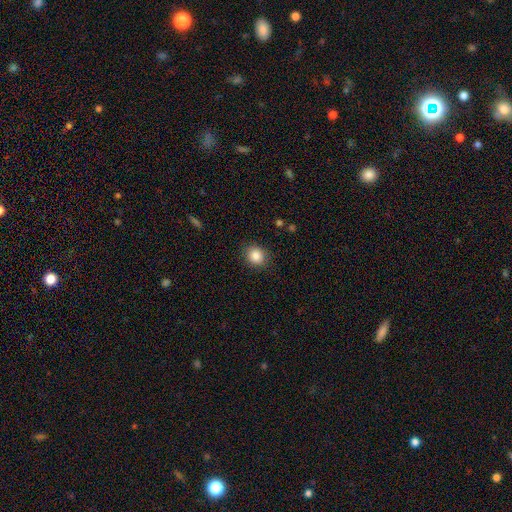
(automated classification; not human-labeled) Smooth or featured: smooth — 86% (star or artifact — 9%)
How rounded: round — 73% (in between — 26%)
Merging: none — 88% (minor disturbance — 9%)